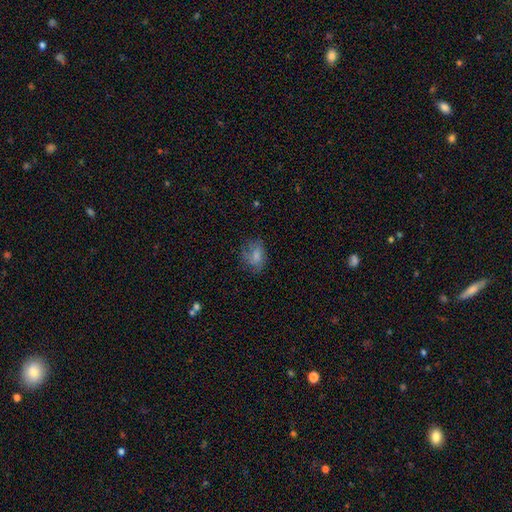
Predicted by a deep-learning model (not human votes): Smooth or featured? smooth (69%)
How rounded? in between (65%)
Merging? none (58%)